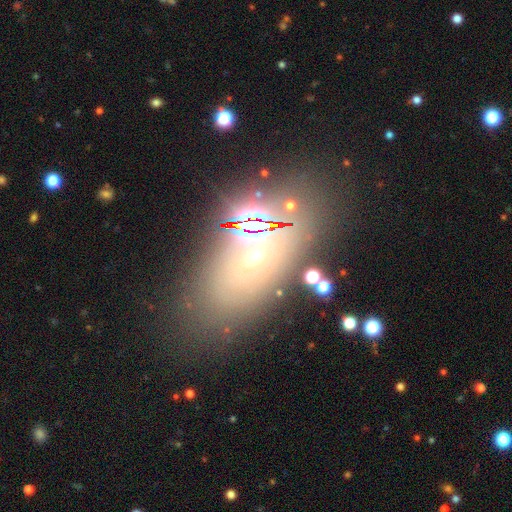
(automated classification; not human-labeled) Smooth or featured?
  - star or artifact: 39% *
  - smooth: 33%
  - featured or disk: 28%